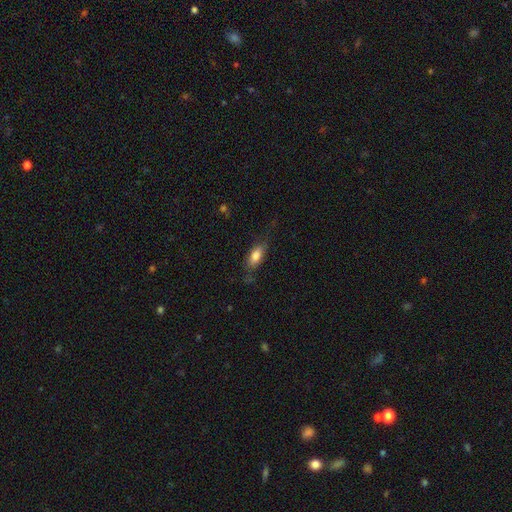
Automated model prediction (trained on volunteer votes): Morphology: type=smooth (76%); roundness=in between (80%); merging=none (66%).